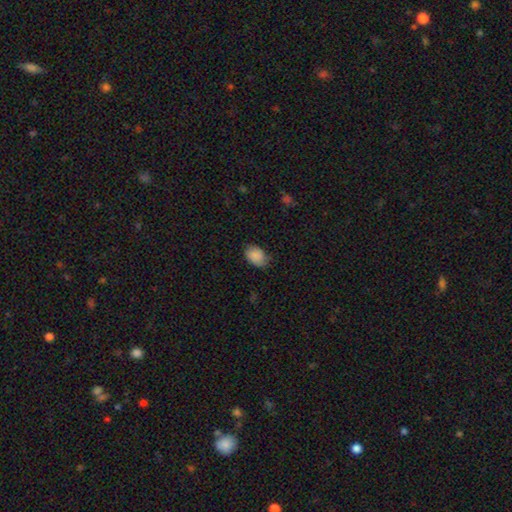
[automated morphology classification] smooth_or_featured: smooth (p=0.87) [alt: star or artifact p=0.07]
how_rounded: in between (p=0.80) [alt: round p=0.19]
merging: none (p=0.71) [alt: minor disturbance p=0.24]